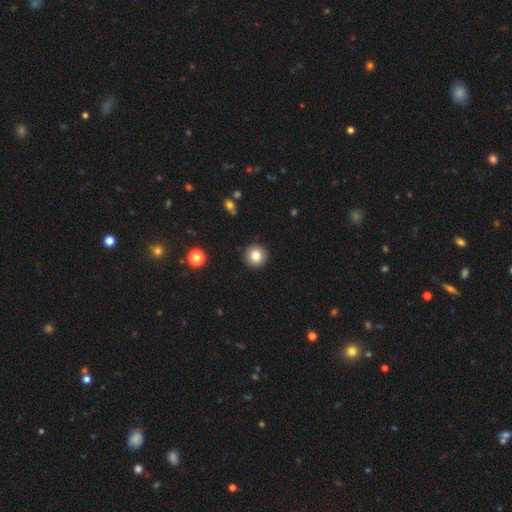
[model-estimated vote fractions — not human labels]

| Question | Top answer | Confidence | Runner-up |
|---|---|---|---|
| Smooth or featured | smooth | 82% | star or artifact (10%) |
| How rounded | round | 95% | in between (4%) |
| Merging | none | 92% | minor disturbance (5%) |